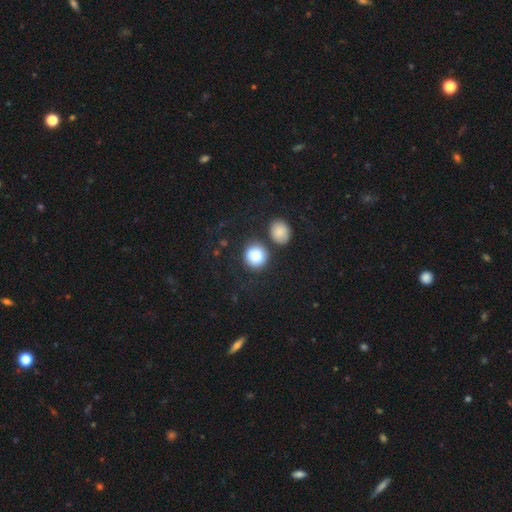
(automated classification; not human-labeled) Smooth or featured: smooth — 85% (star or artifact — 8%)
How rounded: round — 88% (in between — 11%)
Merging: none — 71% (merger — 14%)